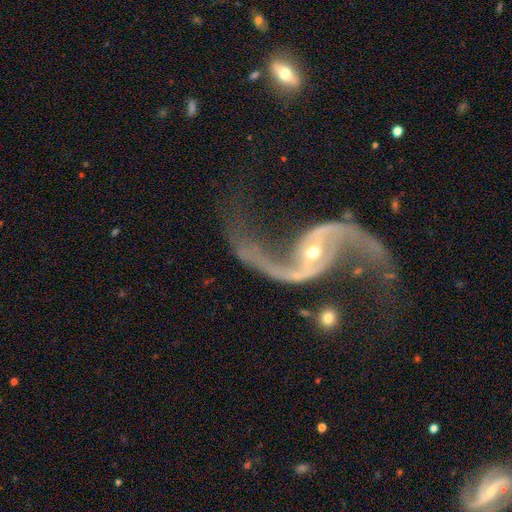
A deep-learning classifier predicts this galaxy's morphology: Q: Smooth or featured?
A: featured or disk (94%); runner-up: star or artifact (4%)
Q: Edge-on disk?
A: no (98%); runner-up: yes (2%)
Q: Bar?
A: no (47%); runner-up: weak (31%)
Q: Spiral arms?
A: yes (98%); runner-up: no (2%)
Q: Spiral winding?
A: loose (80%); runner-up: medium (15%)
Q: Spiral arm count?
A: 2 (95%); runner-up: 1 (1%)
Q: Bulge size?
A: small (72%); runner-up: moderate (24%)
Q: Merging?
A: none (69%); runner-up: minor disturbance (15%)